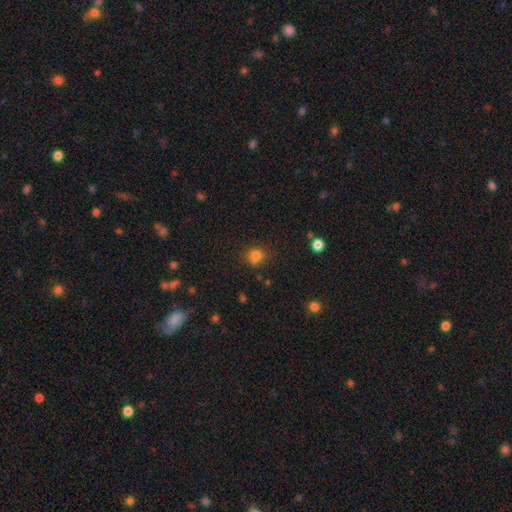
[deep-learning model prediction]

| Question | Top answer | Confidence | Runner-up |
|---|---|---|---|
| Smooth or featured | smooth | 77% | star or artifact (15%) |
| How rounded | round | 73% | in between (26%) |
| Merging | none | 62% | minor disturbance (20%) |